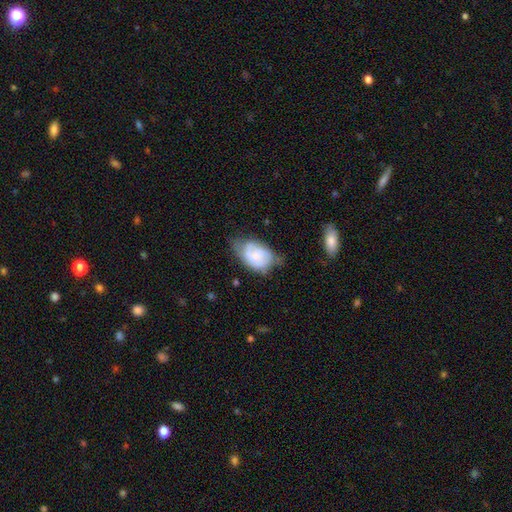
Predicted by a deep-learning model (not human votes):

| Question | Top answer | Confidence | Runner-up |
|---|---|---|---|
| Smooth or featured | smooth | 49% | featured or disk (43%) |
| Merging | minor disturbance | 39% | none (36%) |